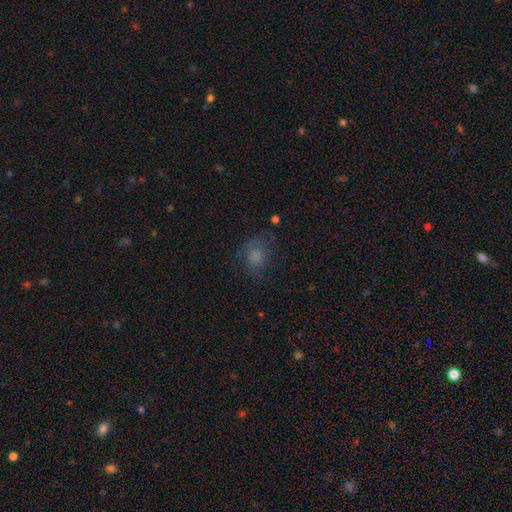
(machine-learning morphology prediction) Overall: smooth (66%). How rounded: round (60%; in between 39%). Merging: none (58%; minor disturbance 23%).